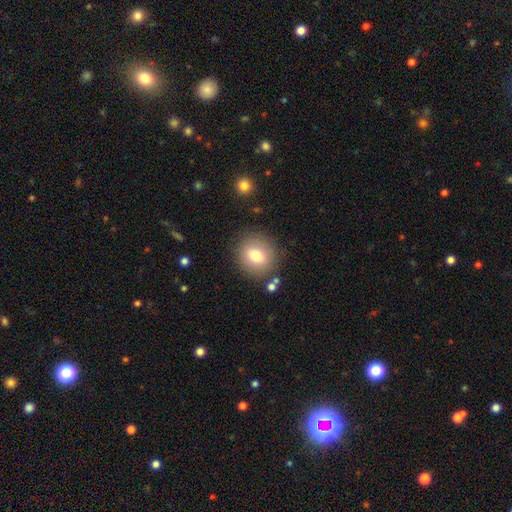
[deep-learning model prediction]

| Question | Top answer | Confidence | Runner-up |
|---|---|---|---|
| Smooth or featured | smooth | 75% | featured or disk (16%) |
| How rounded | round | 84% | in between (15%) |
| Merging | none | 84% | minor disturbance (9%) |